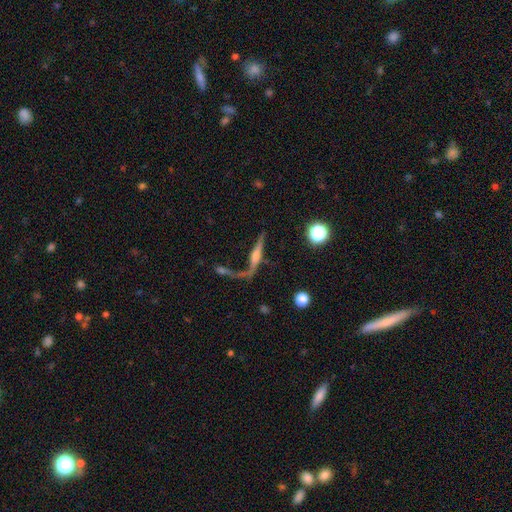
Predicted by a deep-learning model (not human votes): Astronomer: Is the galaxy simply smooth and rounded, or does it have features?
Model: featured or disk — 65%.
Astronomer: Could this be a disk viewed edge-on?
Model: yes — 70%.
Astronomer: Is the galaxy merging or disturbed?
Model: none — 37% (runner-up: major disturbance, 26%).